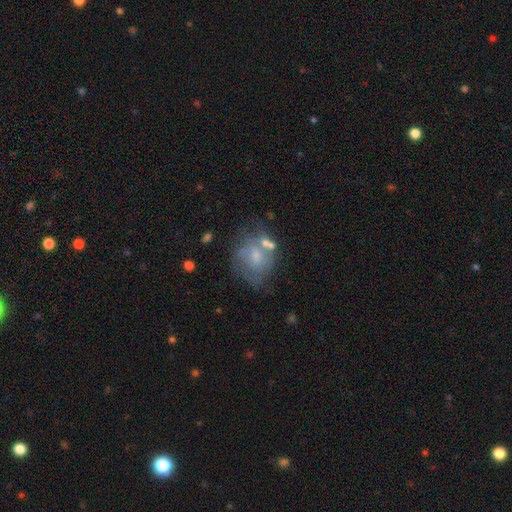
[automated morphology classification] type=featured or disk (45%); merging=none (41%).